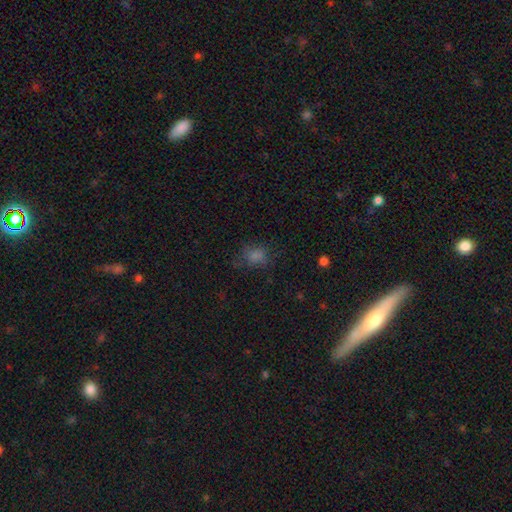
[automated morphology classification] smooth-or-featured: smooth: 64% | star or artifact: 26% | featured or disk: 11%
  how-rounded: round: 57% | in between: 42% | cigar-shaped: 2%
  merging: none: 69% | minor disturbance: 18% | major disturbance: 11% | merger: 2%